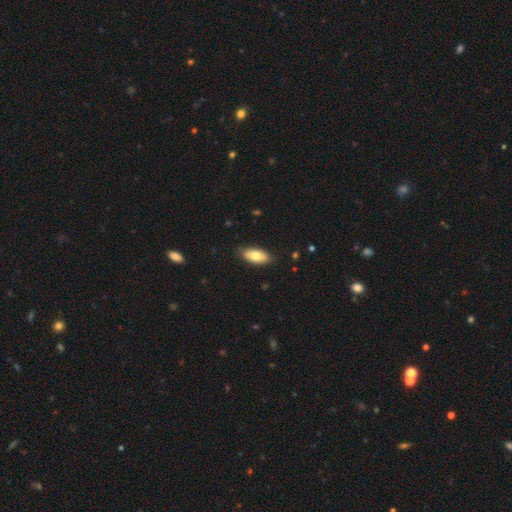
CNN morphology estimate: This appears to be a smooth galaxy with no disk features (78%) that is in between round and cigar-shaped (90%). Merging: none (86%).